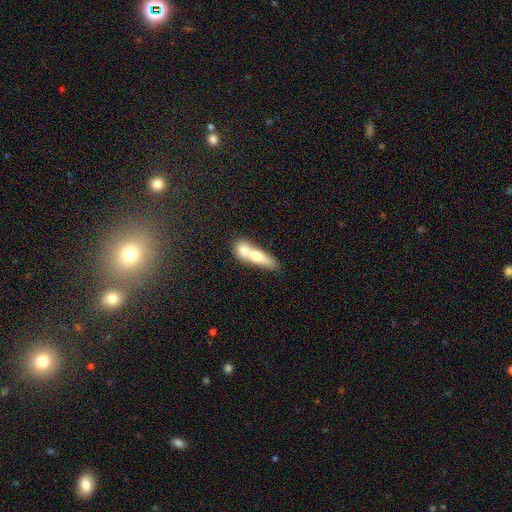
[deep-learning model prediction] smooth 62%, featured or disk 31%, star or artifact 7%. Down the decision tree: how rounded — cigar-shaped (46%); merging — merger (67%).